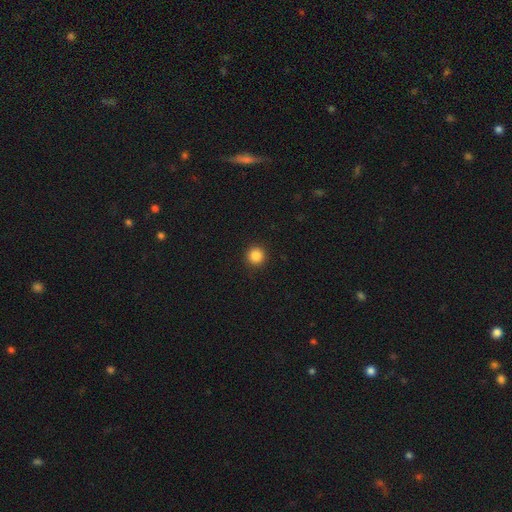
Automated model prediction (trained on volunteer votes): A smooth galaxy with no disk features (86%) that is round (96%). Merging: none (93%).